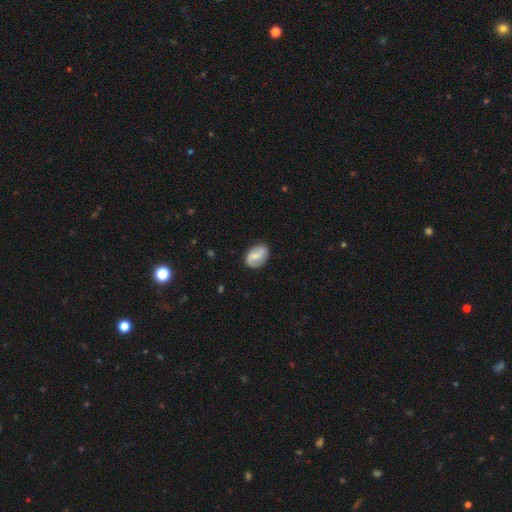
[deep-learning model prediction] Q: Smooth or featured?
A: featured or disk (59%); runner-up: smooth (35%)
Q: Edge-on disk?
A: no (97%); runner-up: yes (3%)
Q: Bar?
A: weak (49%); runner-up: no (33%)
Q: Spiral arms?
A: yes (87%); runner-up: no (13%)
Q: Bulge size?
A: small (40%); runner-up: moderate (39%)
Q: Merging?
A: none (78%); runner-up: minor disturbance (16%)